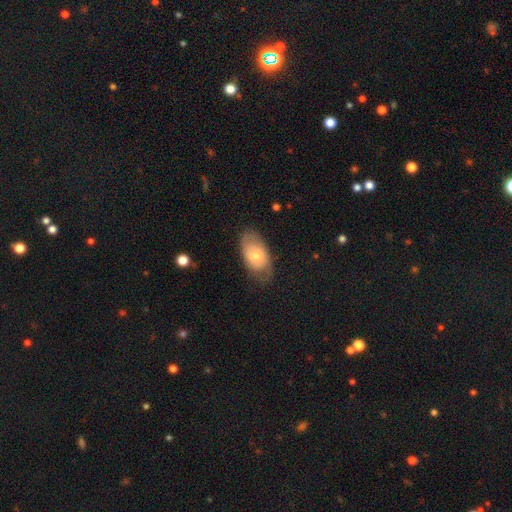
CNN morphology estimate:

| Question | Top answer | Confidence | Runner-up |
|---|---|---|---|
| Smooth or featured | smooth | 55% | featured or disk (39%) |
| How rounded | in between | 90% | round (8%) |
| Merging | none | 67% | minor disturbance (24%) |